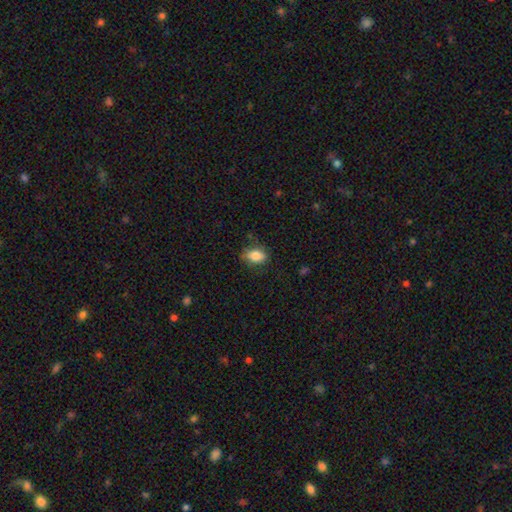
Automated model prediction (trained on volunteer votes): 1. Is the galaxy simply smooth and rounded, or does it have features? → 81% smooth, 11% featured or disk, 8% star or artifact.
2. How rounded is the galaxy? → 82% in between, 14% round, 3% cigar-shaped.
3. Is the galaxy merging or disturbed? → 76% none, 19% minor disturbance, 4% major disturbance, 1% merger.